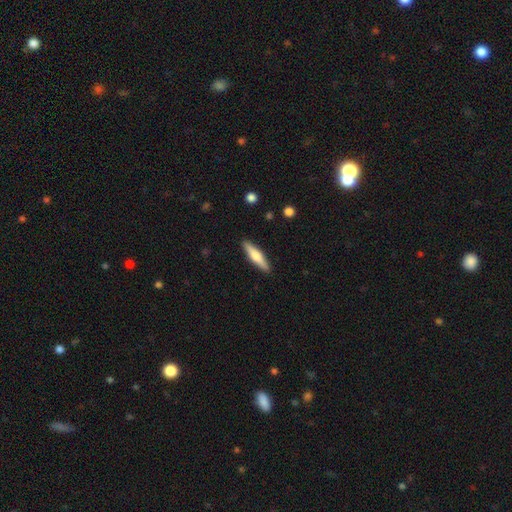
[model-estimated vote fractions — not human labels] This is possibly a smooth galaxy (51%). How rounded: clearly cigar-shaped (81%). Merging: clearly none (91%).